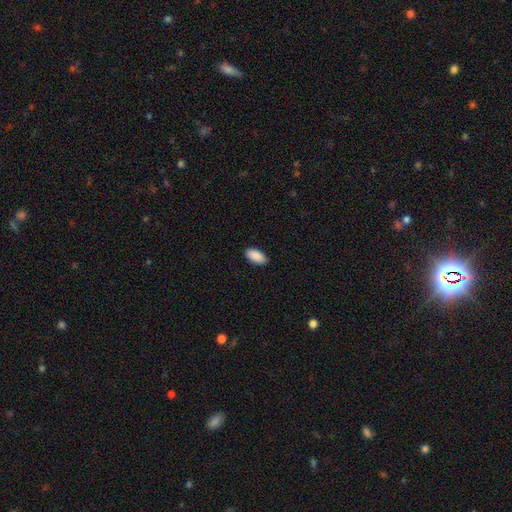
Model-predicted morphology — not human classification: smooth 91%, star or artifact 6%, featured or disk 3%. Down the decision tree: how rounded — in between (95%); merging — none (89%).